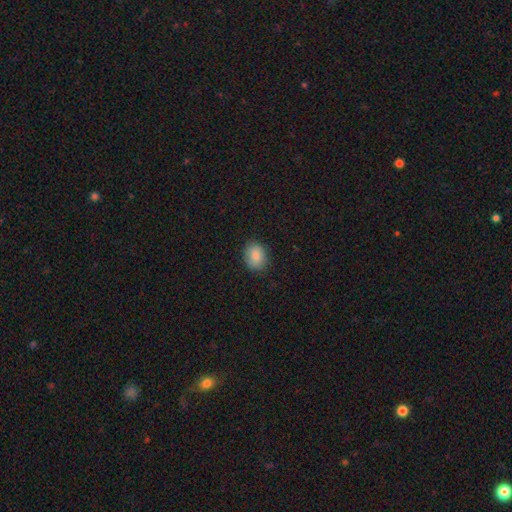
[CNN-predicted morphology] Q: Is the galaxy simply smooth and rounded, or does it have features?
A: smooth — 86%.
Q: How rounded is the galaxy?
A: in between — 54%.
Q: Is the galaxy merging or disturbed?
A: none — 85%.